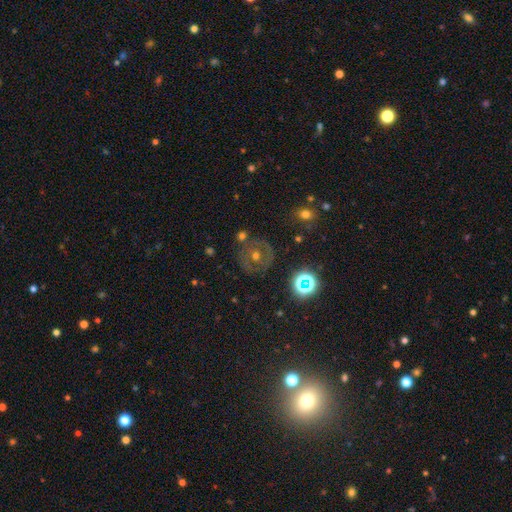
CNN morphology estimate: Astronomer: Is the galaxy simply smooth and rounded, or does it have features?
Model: featured or disk — 47% (runner-up: smooth, 30%).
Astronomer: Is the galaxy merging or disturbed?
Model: none — 77%.